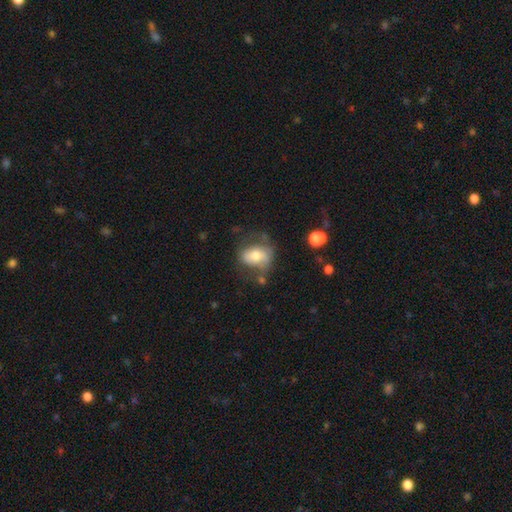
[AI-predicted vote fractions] Overall: smooth (54%; featured or disk 38%). How rounded: in between (65%; round 34%). Merging: none (45%; minor disturbance 28%).